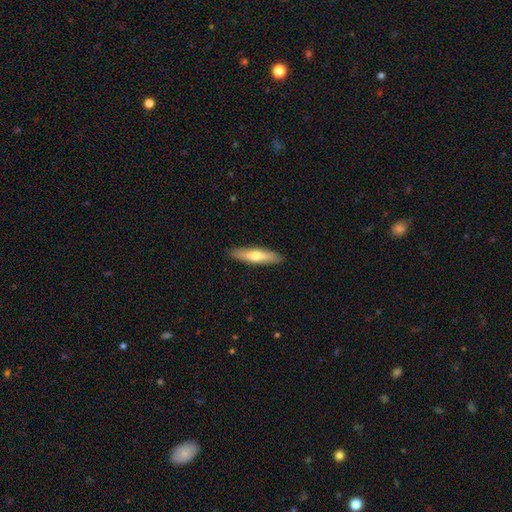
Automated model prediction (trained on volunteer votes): This is possibly a smooth galaxy (56%). How rounded: likely cigar-shaped (78%). Merging: clearly none (90%).